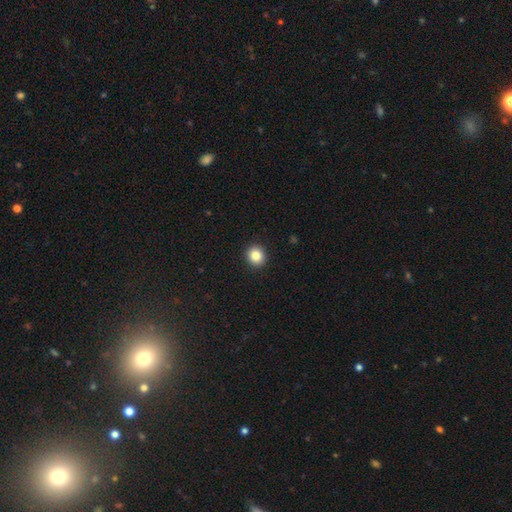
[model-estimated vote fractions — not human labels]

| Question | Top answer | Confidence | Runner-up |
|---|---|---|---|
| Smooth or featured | smooth | 85% | star or artifact (10%) |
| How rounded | round | 87% | in between (12%) |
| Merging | none | 93% | minor disturbance (5%) |